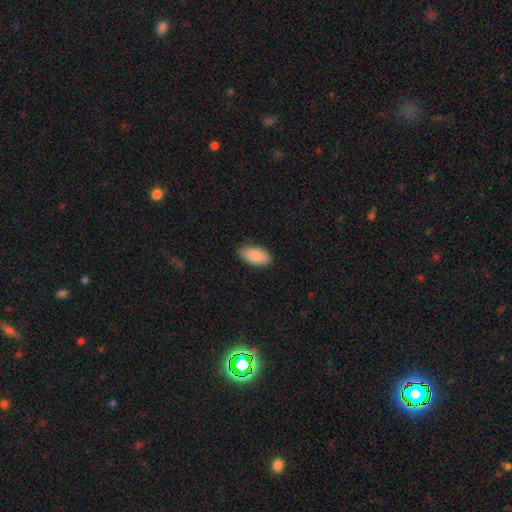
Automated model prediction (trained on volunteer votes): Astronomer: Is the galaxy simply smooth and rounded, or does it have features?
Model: smooth — 87%.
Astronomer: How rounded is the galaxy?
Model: in between — 94%.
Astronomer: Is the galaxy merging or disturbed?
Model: none — 79%.